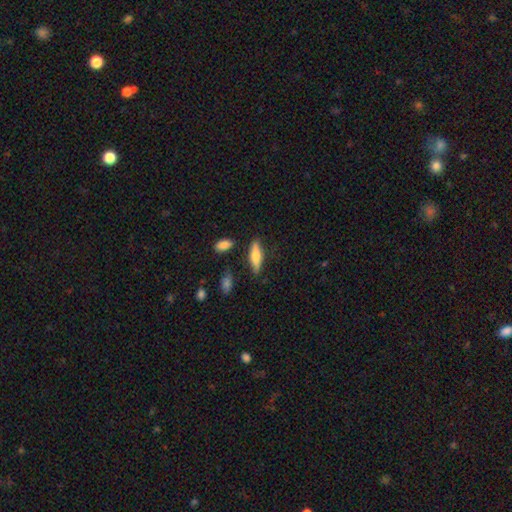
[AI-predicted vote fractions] Overall: smooth (61%; featured or disk 33%). How rounded: cigar-shaped (56%; in between 42%). Merging: none (79%).